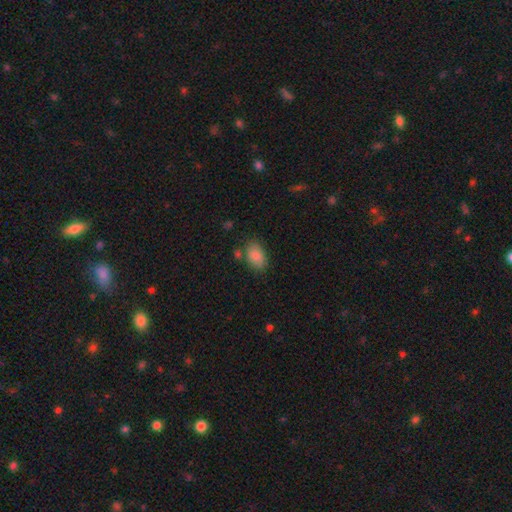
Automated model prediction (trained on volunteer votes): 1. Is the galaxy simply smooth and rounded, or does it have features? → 87% smooth, 8% star or artifact, 5% featured or disk.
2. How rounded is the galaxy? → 90% in between, 8% round, 2% cigar-shaped.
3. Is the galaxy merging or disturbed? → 73% none, 16% minor disturbance, 7% merger, 4% major disturbance.